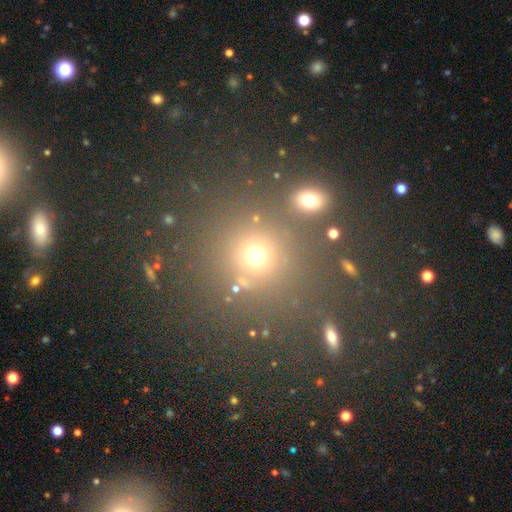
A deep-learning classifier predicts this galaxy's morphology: Smooth or featured?
  - smooth: 70% *
  - star or artifact: 22%
  - featured or disk: 9%
How rounded?
  - round: 87% *
  - in between: 11%
  - cigar-shaped: 1%
Merging?
  - none: 68% *
  - merger: 16%
  - minor disturbance: 10%
  - major disturbance: 6%